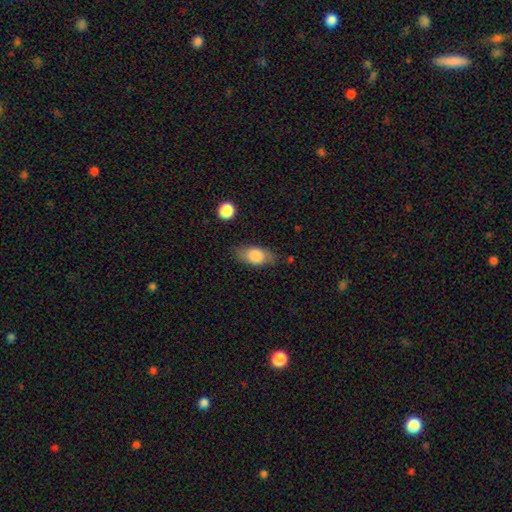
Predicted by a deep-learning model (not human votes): This appears to be a smooth galaxy with no disk features (74%) that is in between round and cigar-shaped (83%). Merging: none (70%).